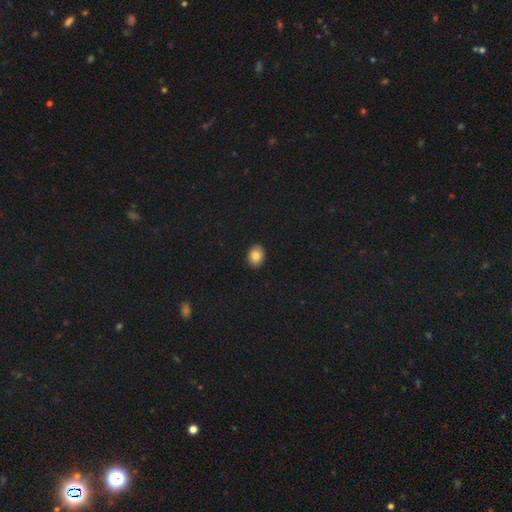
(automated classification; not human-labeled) Smooth or featured?
  - smooth: 83% *
  - star or artifact: 9%
  - featured or disk: 7%
How rounded?
  - round: 50% *
  - in between: 49%
  - cigar-shaped: 1%
Merging?
  - none: 91% *
  - minor disturbance: 6%
  - major disturbance: 2%
  - merger: 1%